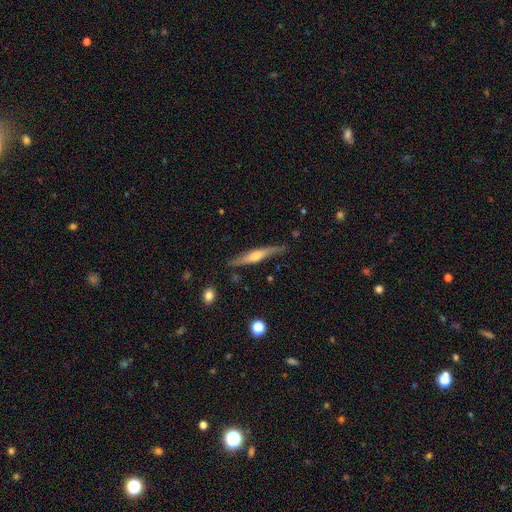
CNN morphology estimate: Q: Smooth or featured?
A: featured or disk (68%); runner-up: smooth (26%)
Q: Edge-on disk?
A: yes (96%); runner-up: no (4%)
Q: Edge-on bulge?
A: rounded (86%); runner-up: boxy (7%)
Q: Merging?
A: none (82%); runner-up: minor disturbance (13%)